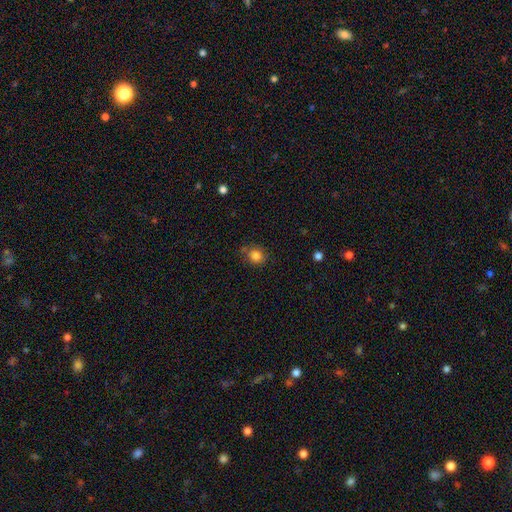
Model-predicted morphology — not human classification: smooth_or_featured: smooth (p=0.84) [alt: star or artifact p=0.11]
how_rounded: round (p=0.81) [alt: in between p=0.18]
merging: none (p=0.75) [alt: minor disturbance p=0.15]